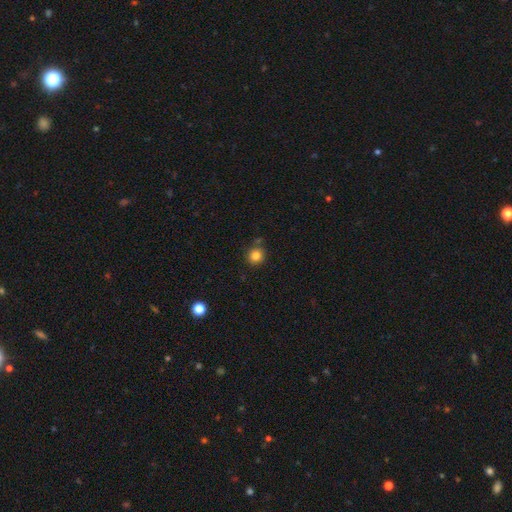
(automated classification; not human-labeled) A smooth galaxy with no disk features (83%) that is round (90%). Merging: none (81%).